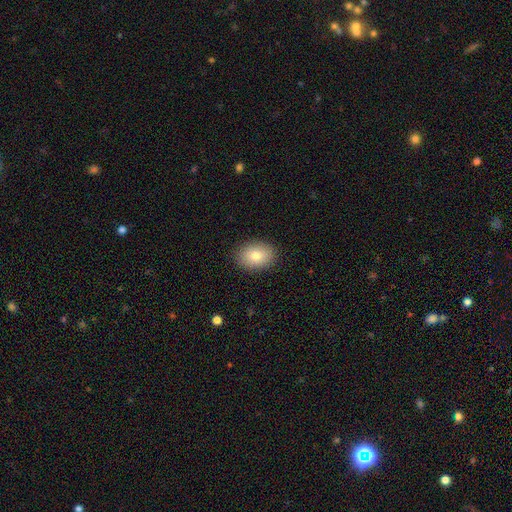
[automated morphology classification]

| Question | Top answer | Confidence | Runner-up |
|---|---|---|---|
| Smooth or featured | smooth | 83% | featured or disk (10%) |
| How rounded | in between | 75% | round (24%) |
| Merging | none | 89% | minor disturbance (8%) |